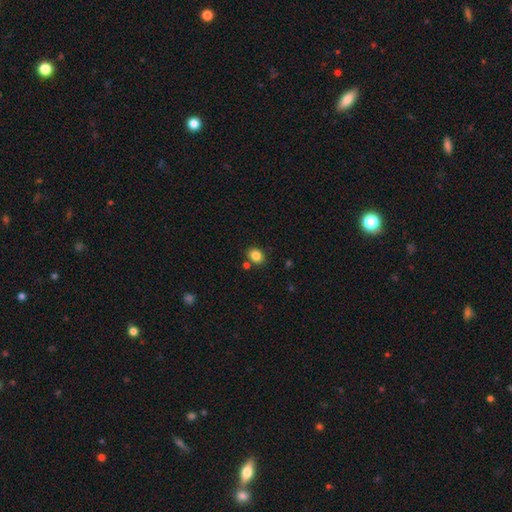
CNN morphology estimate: smooth_or_featured: smooth (p=0.84) [alt: star or artifact p=0.10]
how_rounded: in between (p=0.52) [alt: round p=0.47]
merging: none (p=0.80) [alt: minor disturbance p=0.10]